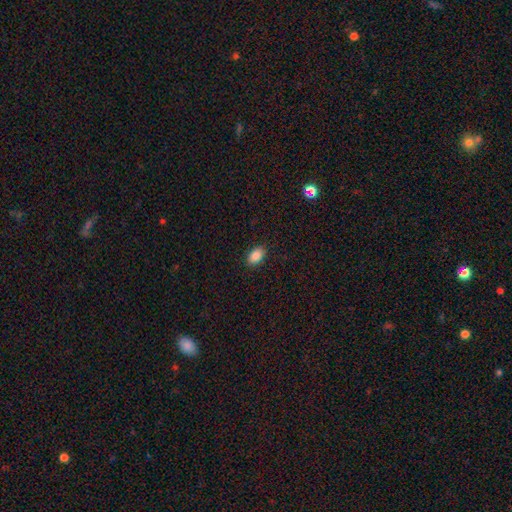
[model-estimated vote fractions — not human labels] Morphology: type=smooth (88%); roundness=in between (89%); merging=none (89%).